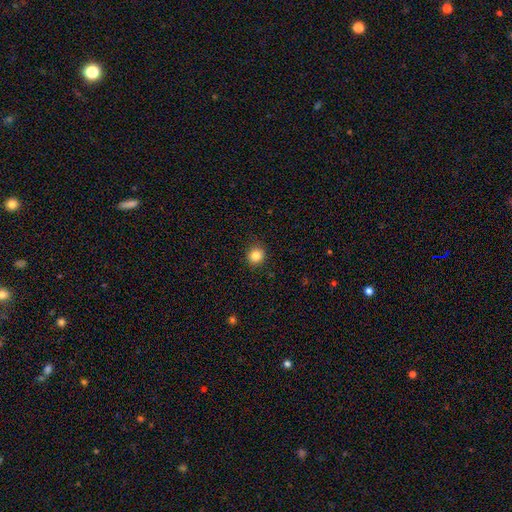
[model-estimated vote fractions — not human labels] Smooth or featured?
  - smooth: 84% *
  - star or artifact: 11%
  - featured or disk: 5%
How rounded?
  - round: 89% *
  - in between: 10%
  - cigar-shaped: 1%
Merging?
  - none: 90% *
  - minor disturbance: 7%
  - major disturbance: 2%
  - merger: 1%